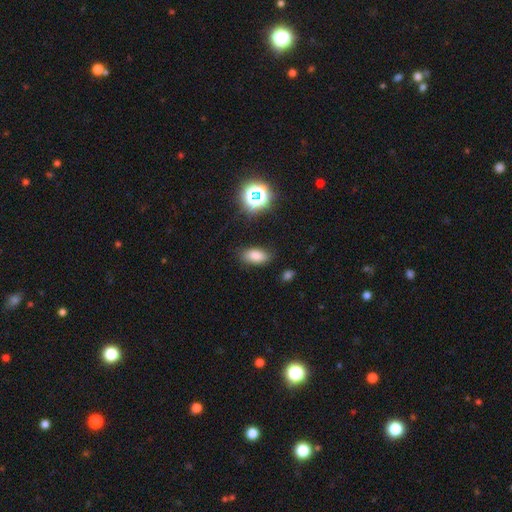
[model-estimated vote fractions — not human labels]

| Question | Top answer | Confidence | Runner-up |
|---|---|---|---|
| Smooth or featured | smooth | 79% | star or artifact (14%) |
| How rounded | in between | 90% | round (5%) |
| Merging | none | 83% | minor disturbance (12%) |